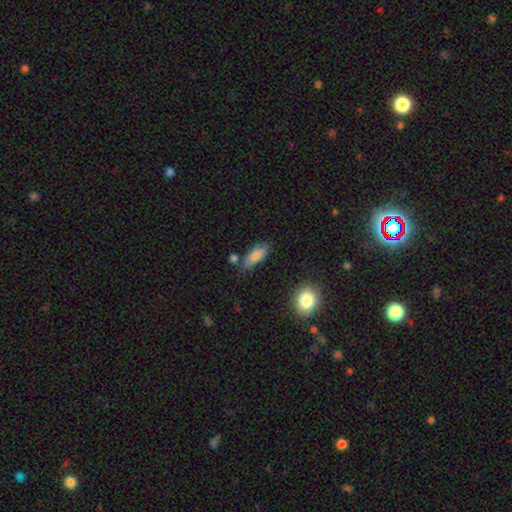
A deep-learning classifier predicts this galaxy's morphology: smooth-or-featured: smooth: 81% | featured or disk: 12% | star or artifact: 7%
  how-rounded: in between: 70% | cigar-shaped: 27% | round: 3%
  merging: none: 68% | minor disturbance: 21% | merger: 6% | major disturbance: 5%